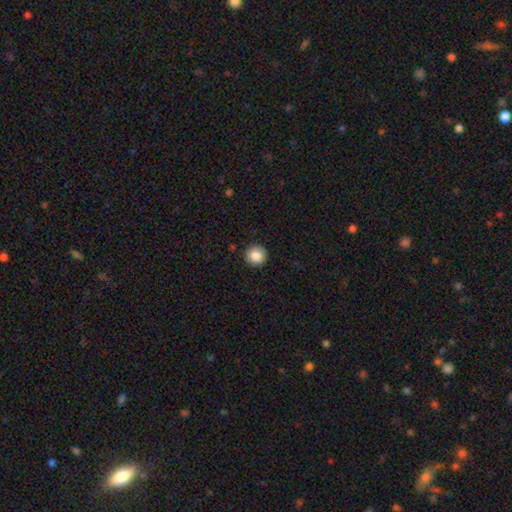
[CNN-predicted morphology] A smooth galaxy with no disk features (86%) that is round (96%).

Vote fractions:
- Smooth or featured? smooth: 86% / star or artifact: 9% / featured or disk: 5%
- How rounded? round: 96% / in between: 3% / cigar-shaped: 1%
- Merging? none: 92% / minor disturbance: 5% / major disturbance: 2% / merger: 1%